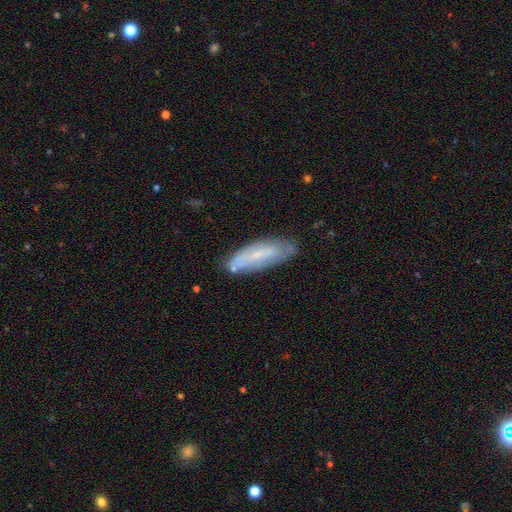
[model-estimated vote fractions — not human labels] A smooth galaxy with no disk features (47%).

Vote fractions:
- Smooth or featured? smooth: 47% / featured or disk: 45% / star or artifact: 8%
- Merging? none: 70% / minor disturbance: 21% / major disturbance: 5% / merger: 3%